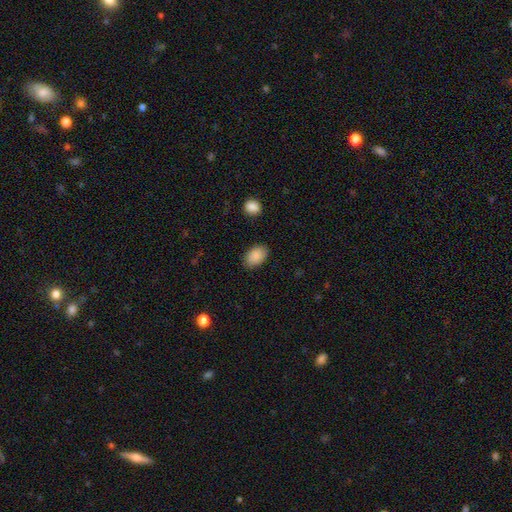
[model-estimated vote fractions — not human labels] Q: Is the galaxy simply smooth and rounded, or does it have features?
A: smooth — 89%.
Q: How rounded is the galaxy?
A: in between — 85%.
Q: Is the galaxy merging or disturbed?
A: none — 84%.